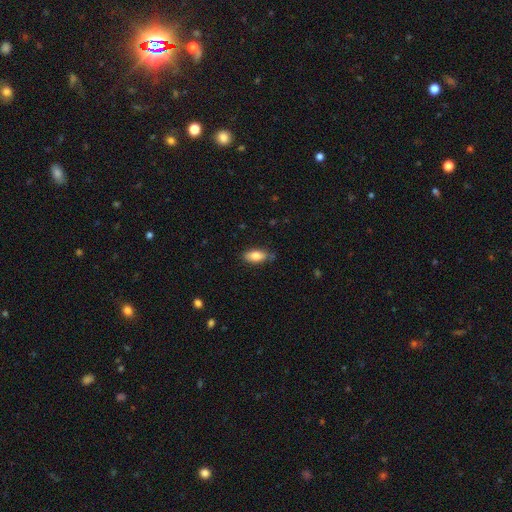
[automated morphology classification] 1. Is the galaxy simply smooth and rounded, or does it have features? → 82% smooth, 11% featured or disk, 7% star or artifact.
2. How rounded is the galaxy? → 87% in between, 10% cigar-shaped, 3% round.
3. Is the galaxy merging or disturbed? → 73% none, 21% minor disturbance, 4% major disturbance, 2% merger.